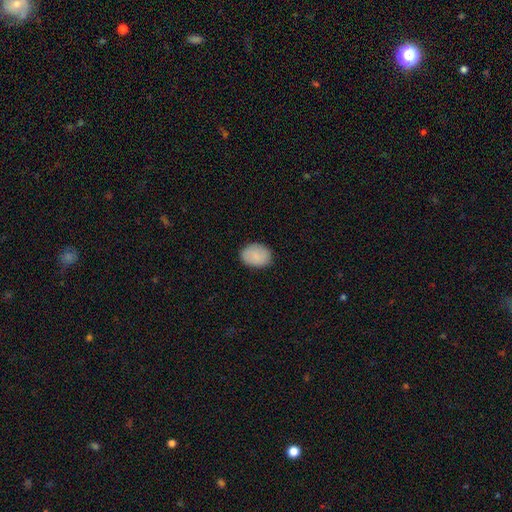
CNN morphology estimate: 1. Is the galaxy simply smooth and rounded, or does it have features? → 87% smooth, 7% star or artifact, 6% featured or disk.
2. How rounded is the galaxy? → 74% in between, 25% round, 1% cigar-shaped.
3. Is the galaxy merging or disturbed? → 86% none, 11% minor disturbance, 2% major disturbance, 1% merger.